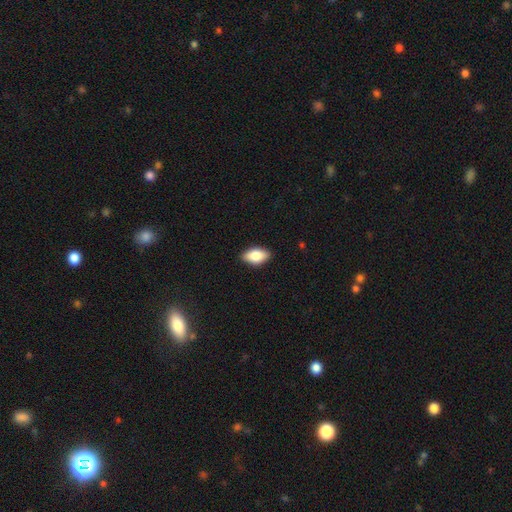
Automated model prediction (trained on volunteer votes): A smooth galaxy with no disk features (82%) that is in between round and cigar-shaped (92%).

Vote fractions:
- Smooth or featured? smooth: 82% / featured or disk: 11% / star or artifact: 7%
- How rounded? in between: 92% / round: 4% / cigar-shaped: 4%
- Merging? none: 87% / minor disturbance: 10% / major disturbance: 2% / merger: 1%